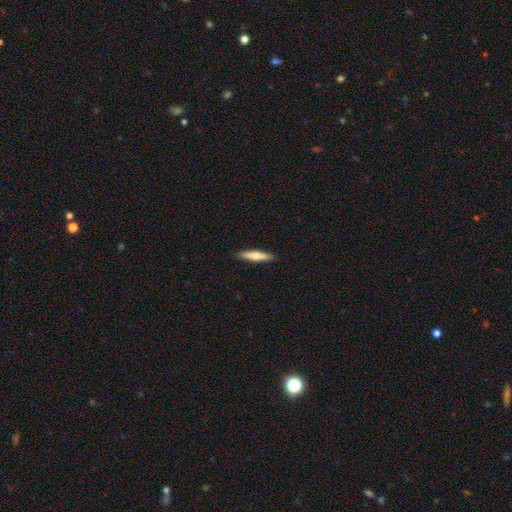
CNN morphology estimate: smooth-or-featured: smooth: 59% | featured or disk: 36% | star or artifact: 5%
  how-rounded: cigar-shaped: 86% | in between: 12% | round: 2%
  merging: none: 91% | minor disturbance: 7% | major disturbance: 1% | merger: 1%